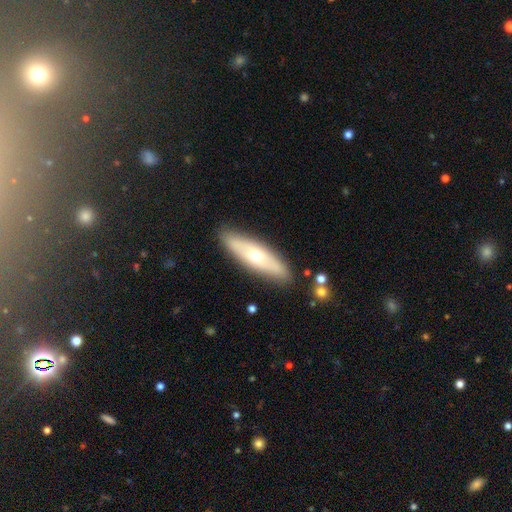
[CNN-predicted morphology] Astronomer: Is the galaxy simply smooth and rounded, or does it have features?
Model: smooth — 51% (runner-up: featured or disk, 43%).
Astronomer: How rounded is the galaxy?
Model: cigar-shaped — 61% (runner-up: in between, 37%).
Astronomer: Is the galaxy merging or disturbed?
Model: none — 86%.